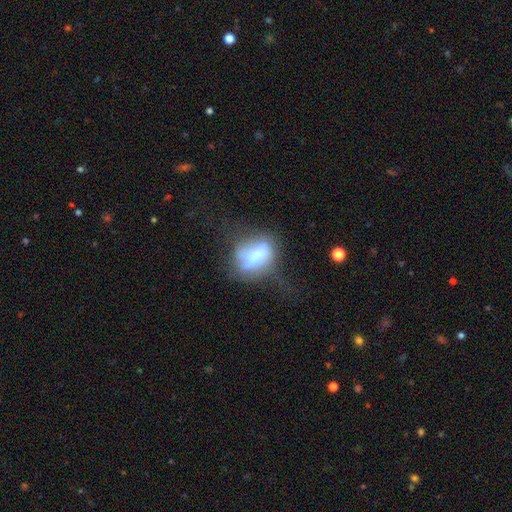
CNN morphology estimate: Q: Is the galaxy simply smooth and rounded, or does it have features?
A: smooth — 51%.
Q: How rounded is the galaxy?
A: in between — 61%.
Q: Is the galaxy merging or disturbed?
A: none — 37%.